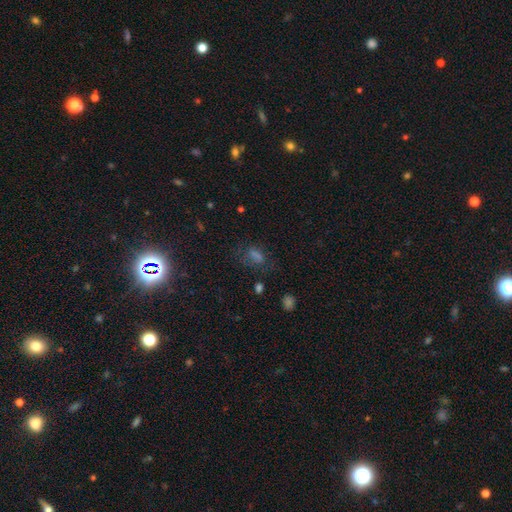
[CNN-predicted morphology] Smooth or featured? star or artifact (44%)